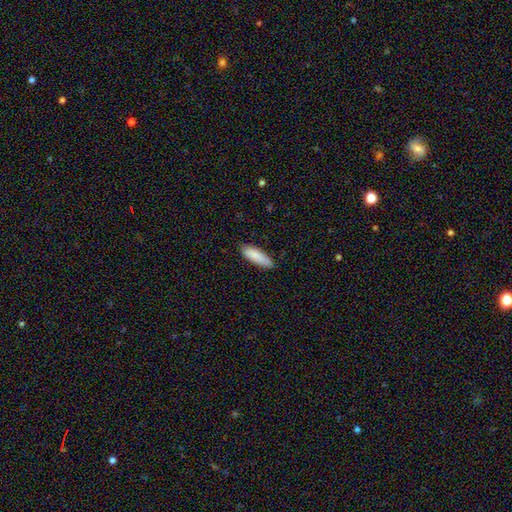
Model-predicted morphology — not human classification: This is clearly a smooth galaxy (87%). How rounded: possibly in between (51%). Merging: clearly none (82%).